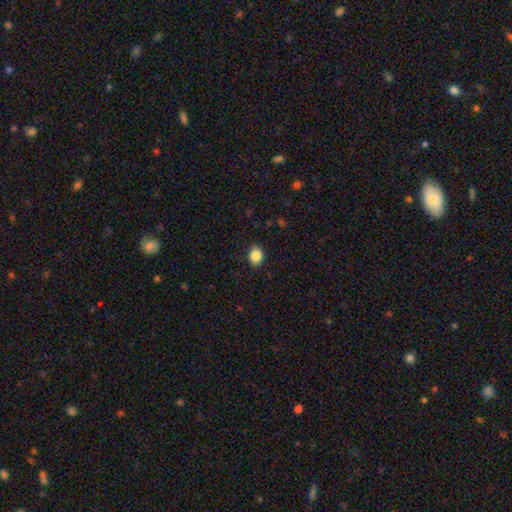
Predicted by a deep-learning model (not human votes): Smooth or featured?
  - smooth: 85% *
  - star or artifact: 9%
  - featured or disk: 6%
How rounded?
  - in between: 61% *
  - round: 38%
  - cigar-shaped: 1%
Merging?
  - none: 85% *
  - minor disturbance: 11%
  - major disturbance: 2%
  - merger: 1%